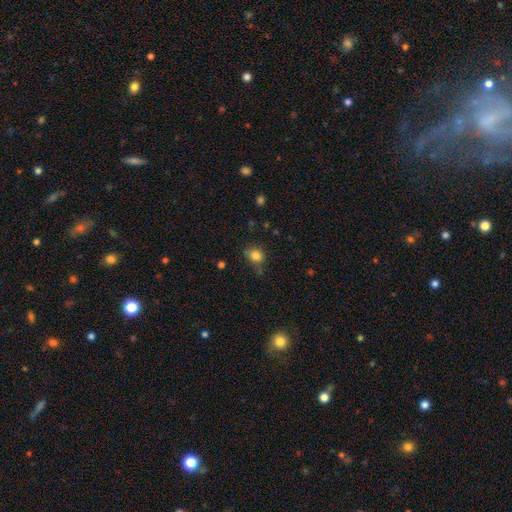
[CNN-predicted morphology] Smooth or featured: smooth — 82% (star or artifact — 11%)
How rounded: round — 62% (in between — 37%)
Merging: none — 61% (minor disturbance — 27%)